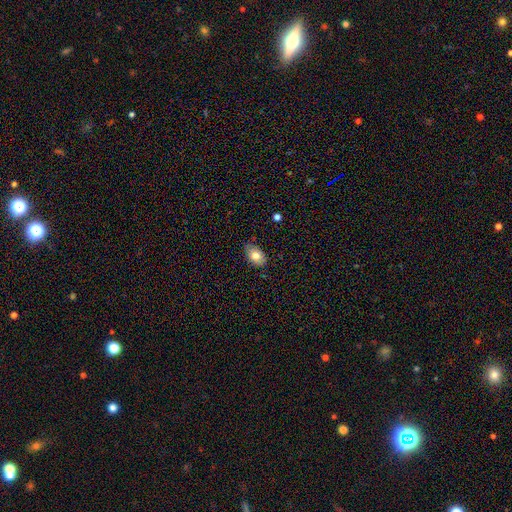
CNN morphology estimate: A smooth galaxy with no disk features (80%) that is in between round and cigar-shaped (86%).

Vote fractions:
- Smooth or featured? smooth: 80% / featured or disk: 12% / star or artifact: 8%
- How rounded? in between: 86% / round: 12% / cigar-shaped: 1%
- Merging? none: 77% / minor disturbance: 19% / major disturbance: 3% / merger: 1%